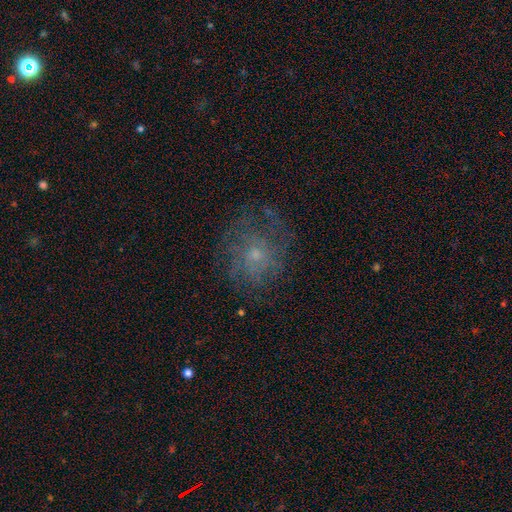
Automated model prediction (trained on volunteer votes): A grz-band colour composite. It shows a featured or disk galaxy (48%). Merging: none (65%).